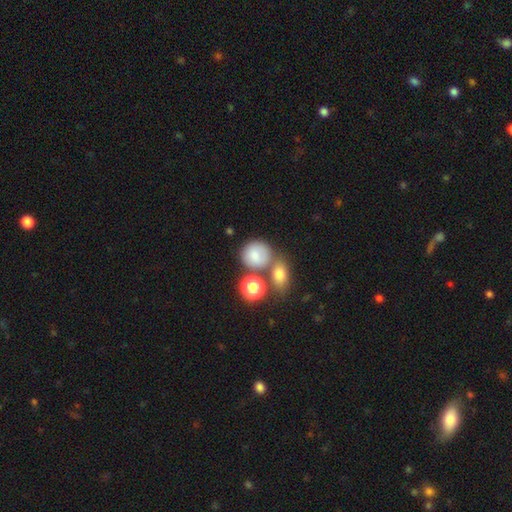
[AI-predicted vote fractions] Smooth or featured? Predicted: smooth (p=0.78). How rounded? Predicted: round (p=0.80). Merging? Predicted: none (p=0.53).